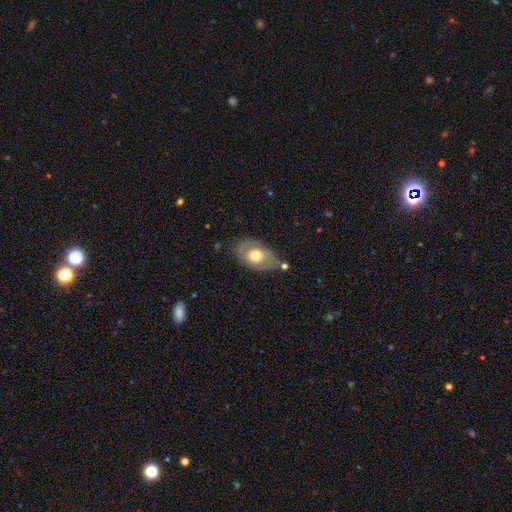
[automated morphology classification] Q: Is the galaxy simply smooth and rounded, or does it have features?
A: featured or disk — 56%.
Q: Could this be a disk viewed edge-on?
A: no — 90%.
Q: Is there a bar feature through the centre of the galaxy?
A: no — 80%.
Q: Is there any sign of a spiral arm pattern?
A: no — 57%.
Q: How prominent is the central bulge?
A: moderate — 65%.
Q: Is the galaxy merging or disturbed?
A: none — 68%.